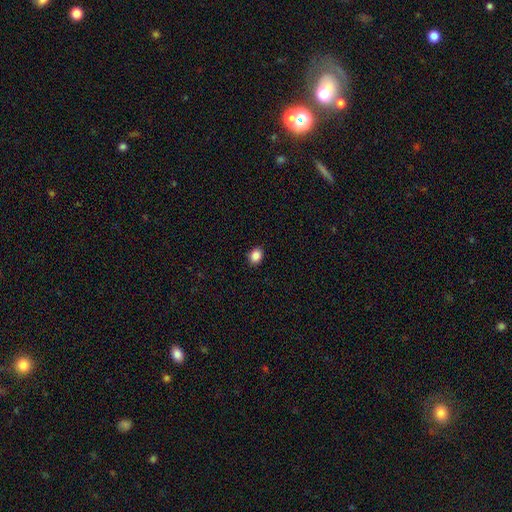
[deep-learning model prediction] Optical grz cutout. It shows a smooth galaxy with no disk features (87%) that is round (50%). Merging: none (90%).